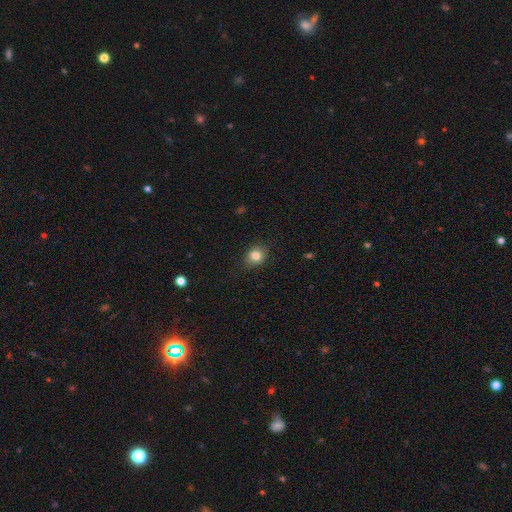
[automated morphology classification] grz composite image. It shows a smooth galaxy with no disk features (81%) that is round (59%). Merging: none (83%).